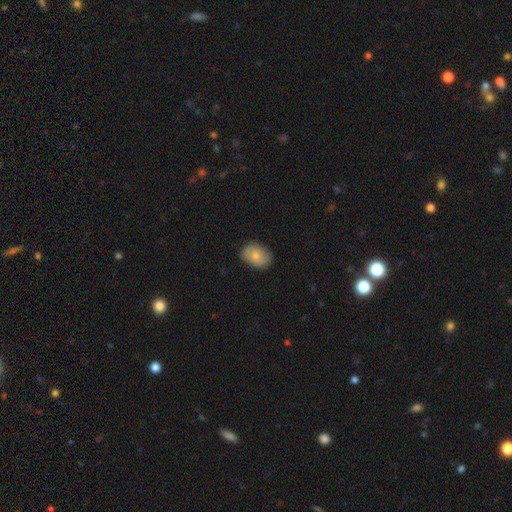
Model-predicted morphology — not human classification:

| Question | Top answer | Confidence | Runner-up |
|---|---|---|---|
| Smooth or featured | smooth | 79% | featured or disk (15%) |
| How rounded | in between | 81% | round (18%) |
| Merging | none | 81% | minor disturbance (15%) |